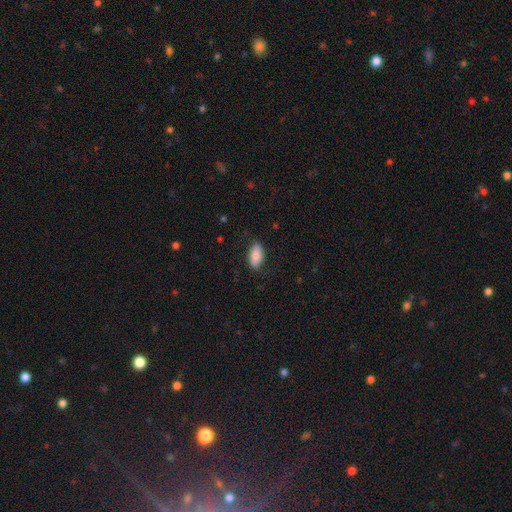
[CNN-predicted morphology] smooth 85%, featured or disk 9%, star or artifact 6%. Down the decision tree: how rounded — in between (91%); merging — none (81%).